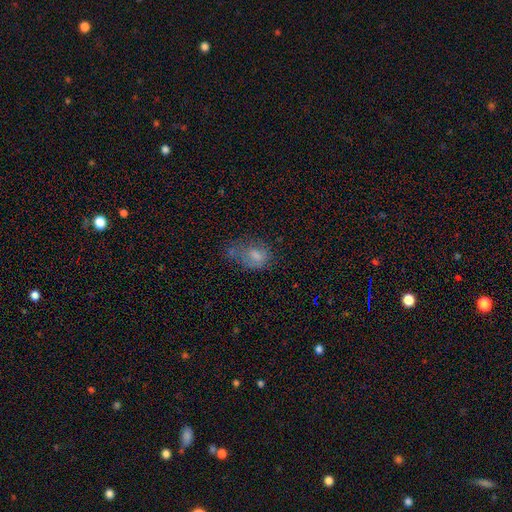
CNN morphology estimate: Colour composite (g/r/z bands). It shows a smooth galaxy with no disk features (62%) that is in between round and cigar-shaped (73%). Merging: none (36%).